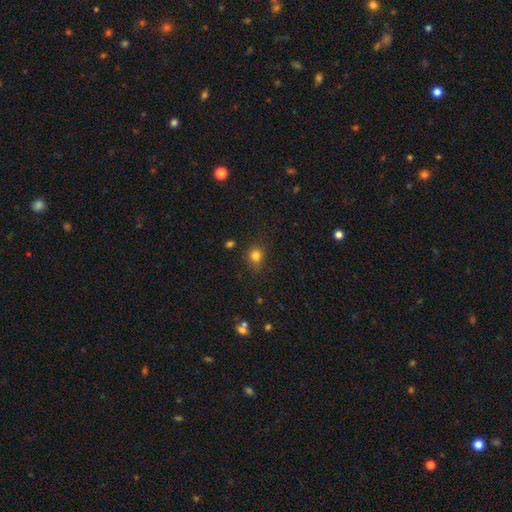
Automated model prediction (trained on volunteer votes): Q: Smooth or featured?
A: smooth (81%); runner-up: star or artifact (14%)
Q: How rounded?
A: round (72%); runner-up: in between (27%)
Q: Merging?
A: none (79%); runner-up: minor disturbance (14%)